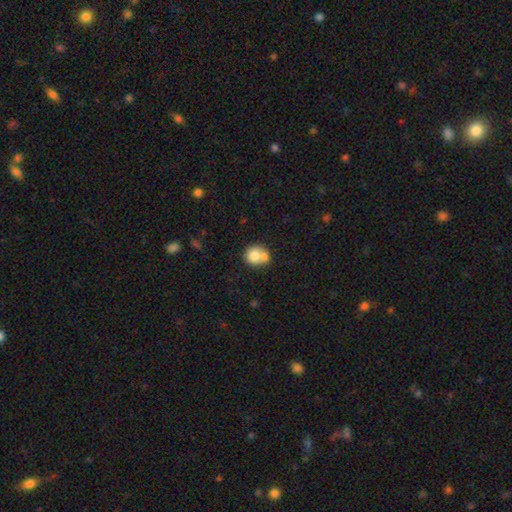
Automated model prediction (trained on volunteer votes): This appears to be a smooth galaxy with no disk features (77%) that is round (83%). Merging: merger (44%).